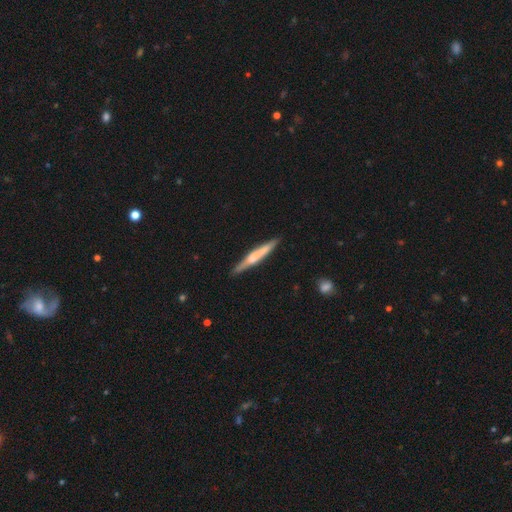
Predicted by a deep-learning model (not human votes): smooth-or-featured: featured or disk: 55% | smooth: 40% | star or artifact: 5%
  disk-edge-on: yes: 97% | no: 3%
    edge-on-bulge: rounded: 63% | none: 23% | boxy: 14%
  merging: none: 89% | minor disturbance: 8% | major disturbance: 2% | merger: 1%